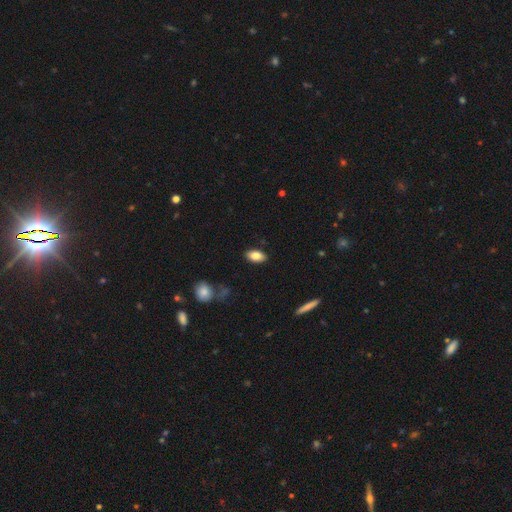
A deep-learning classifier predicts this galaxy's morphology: smooth_or_featured: smooth (p=0.83) [alt: featured or disk p=0.10]
how_rounded: in between (p=0.91) [alt: round p=0.05]
merging: none (p=0.87) [alt: minor disturbance p=0.09]